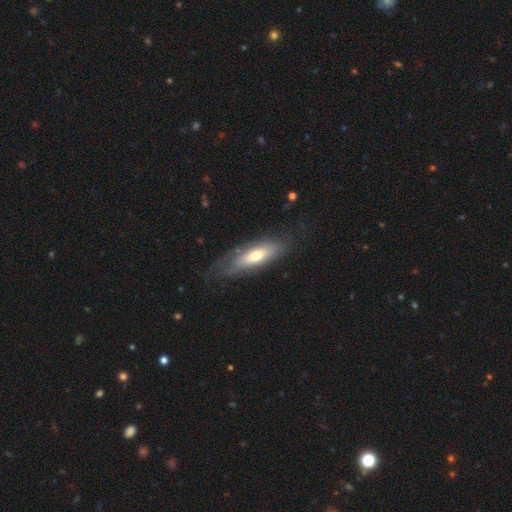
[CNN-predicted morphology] The model was most divided on "smooth or featured": smooth: 50%, featured or disk: 44%, star or artifact: 6%. More confident: merging — none (63%).